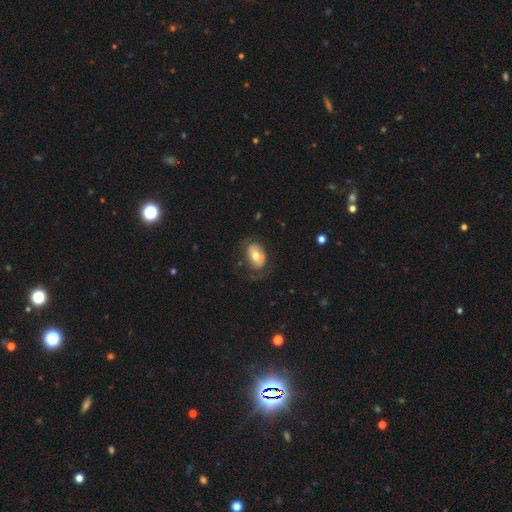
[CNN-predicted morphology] smooth_or_featured: smooth (p=0.56) [alt: featured or disk p=0.37]
how_rounded: in between (p=0.85) [alt: round p=0.14]
merging: none (p=0.62) [alt: minor disturbance p=0.23]